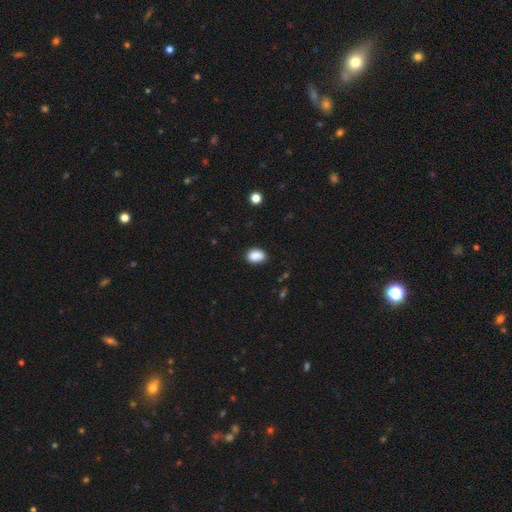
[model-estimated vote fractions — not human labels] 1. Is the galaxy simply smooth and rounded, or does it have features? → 88% smooth, 8% star or artifact, 3% featured or disk.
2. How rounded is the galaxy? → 79% in between, 20% round, 1% cigar-shaped.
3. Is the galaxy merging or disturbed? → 80% none, 15% minor disturbance, 3% major disturbance, 2% merger.